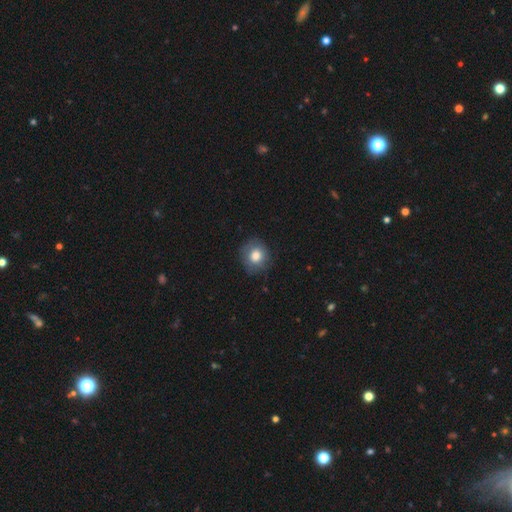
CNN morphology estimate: This is clearly a smooth galaxy (81%). How rounded: clearly round (84%). Merging: clearly none (81%).